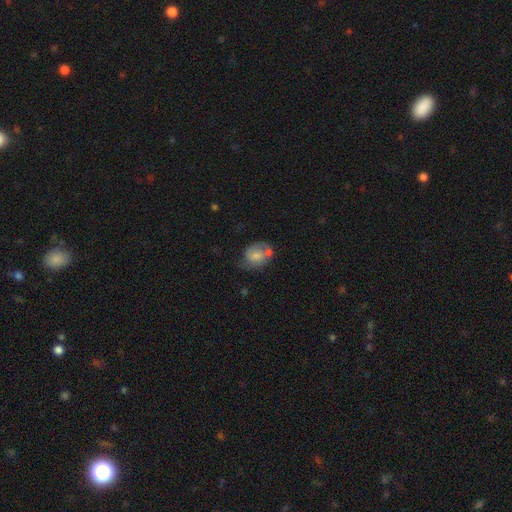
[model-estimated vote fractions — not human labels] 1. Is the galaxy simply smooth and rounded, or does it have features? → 48% smooth, 44% featured or disk, 8% star or artifact.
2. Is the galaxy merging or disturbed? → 43% none, 27% minor disturbance, 16% merger, 15% major disturbance.